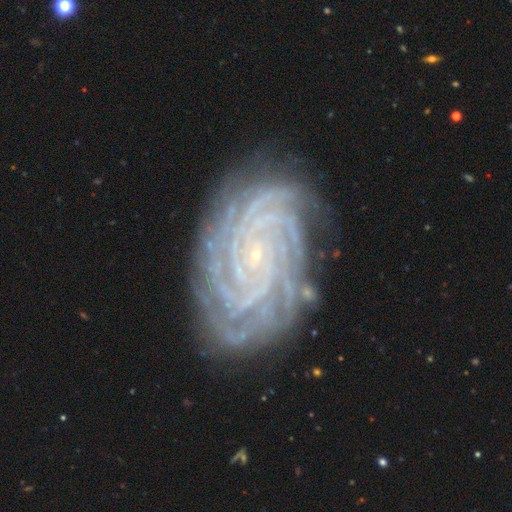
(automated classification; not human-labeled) Smooth or featured? featured or disk (91%)
Edge-on disk? no (98%)
Bar? no (71%)
Spiral arms? yes (99%)
Spiral winding? tight (86%)
Spiral arm count? more than 4 (30%)
Bulge size? small (89%)
Merging? none (83%)